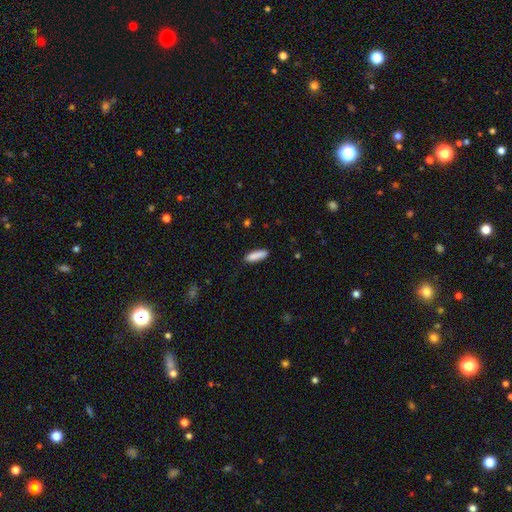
smooth_or_featured: smooth (p=0.95) [alt: featured or disk p=0.05]
how_rounded: cigar-shaped (p=0.67) [alt: in between p=0.33]
merging: none (p=0.92) [alt: minor disturbance p=0.05]